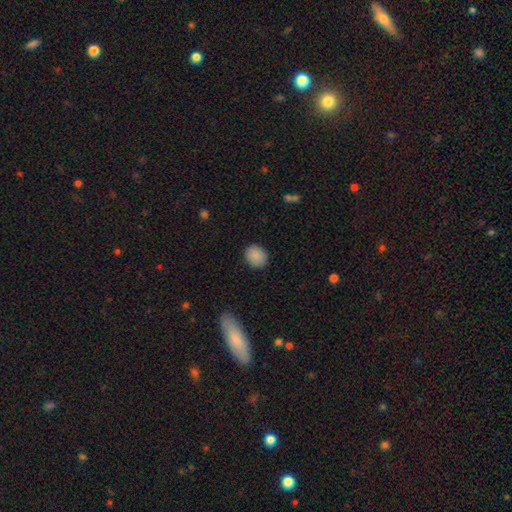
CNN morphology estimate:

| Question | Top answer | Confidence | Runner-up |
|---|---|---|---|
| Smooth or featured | smooth | 88% | star or artifact (8%) |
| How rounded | round | 72% | in between (27%) |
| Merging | none | 89% | minor disturbance (8%) |